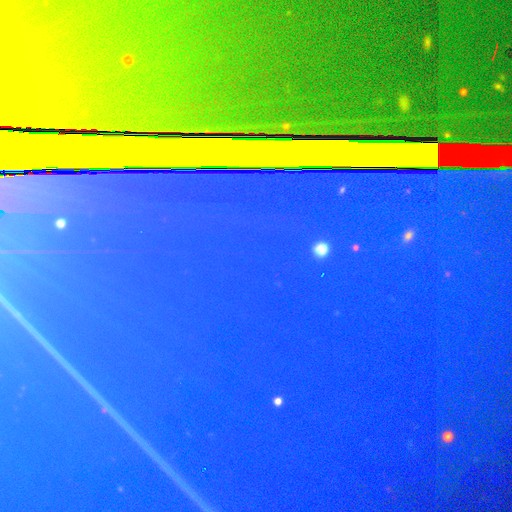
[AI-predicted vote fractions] A star or artifact, not a galaxy (81%).

Vote fractions:
- Smooth or featured? star or artifact: 81% / smooth: 11% / featured or disk: 8%